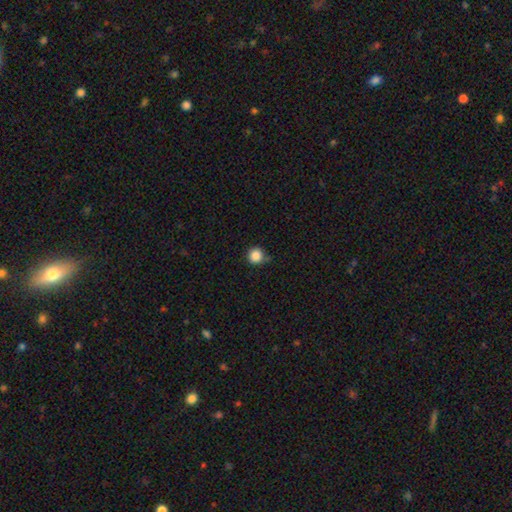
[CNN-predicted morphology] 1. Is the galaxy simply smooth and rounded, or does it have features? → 86% smooth, 11% star or artifact, 4% featured or disk.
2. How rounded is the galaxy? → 94% round, 5% in between, 1% cigar-shaped.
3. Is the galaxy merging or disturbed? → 79% none, 15% minor disturbance, 3% merger, 3% major disturbance.